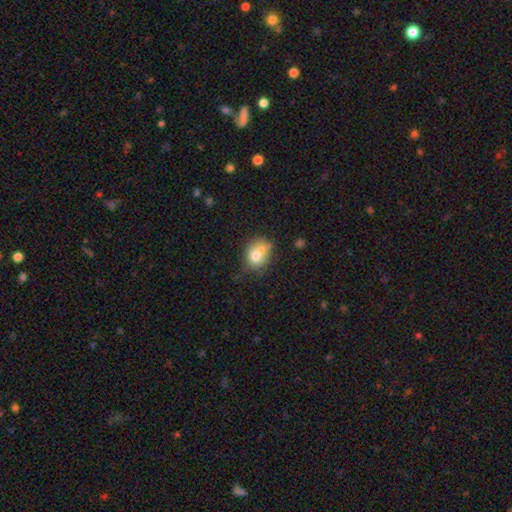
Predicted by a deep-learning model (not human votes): smooth 70%, featured or disk 20%, star or artifact 10%. Down the decision tree: how rounded — round (59%); merging — merger (41%).